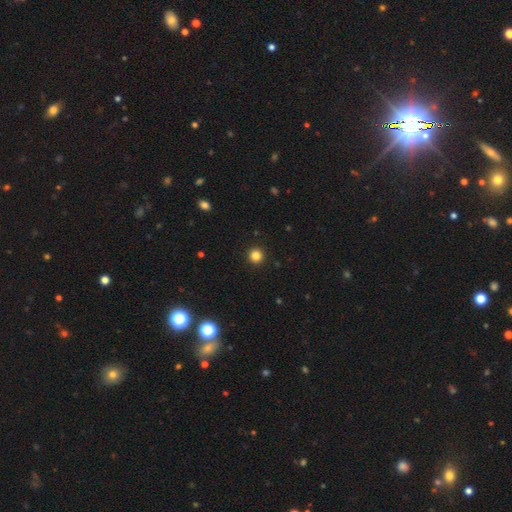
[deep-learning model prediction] smooth_or_featured: smooth (p=0.83) [alt: star or artifact p=0.13]
how_rounded: round (p=0.96) [alt: in between p=0.03]
merging: none (p=0.93) [alt: minor disturbance p=0.04]